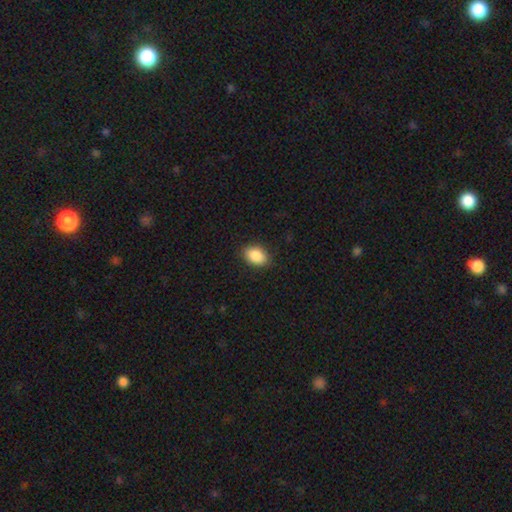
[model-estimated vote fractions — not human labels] Smooth or featured? Predicted: smooth (p=0.88). How rounded? Predicted: in between (p=0.84). Merging? Predicted: none (p=0.87).